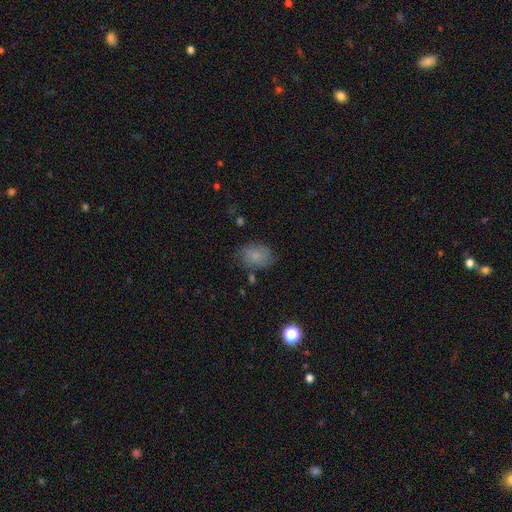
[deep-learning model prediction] smooth 79%, featured or disk 12%, star or artifact 10%. Down the decision tree: how rounded — in between (62%); merging — none (69%).